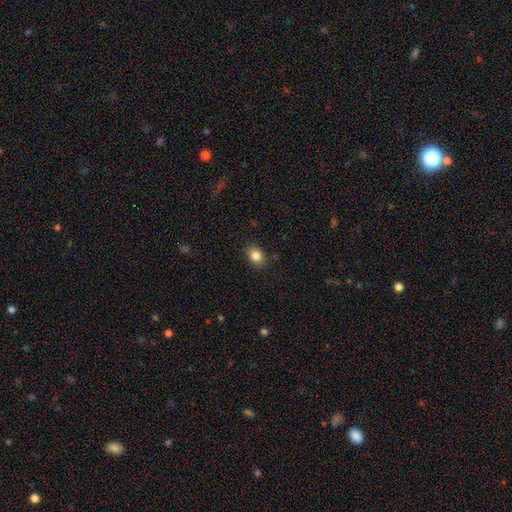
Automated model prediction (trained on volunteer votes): smooth 85%, star or artifact 9%, featured or disk 5%. Down the decision tree: how rounded — in between (66%); merging — none (86%).